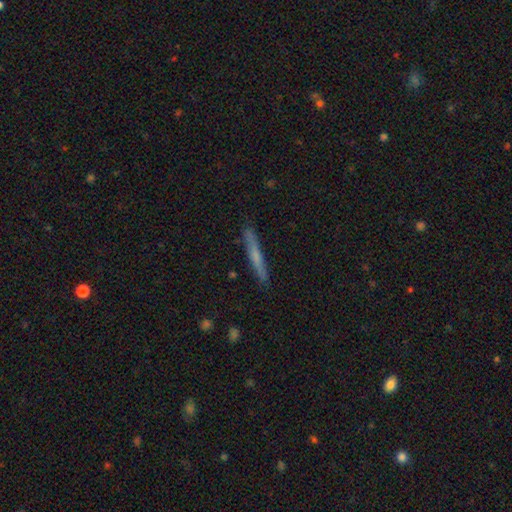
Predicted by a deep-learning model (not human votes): smooth_or_featured: smooth (p=0.50) [alt: featured or disk p=0.43]
merging: none (p=0.88) [alt: minor disturbance p=0.09]